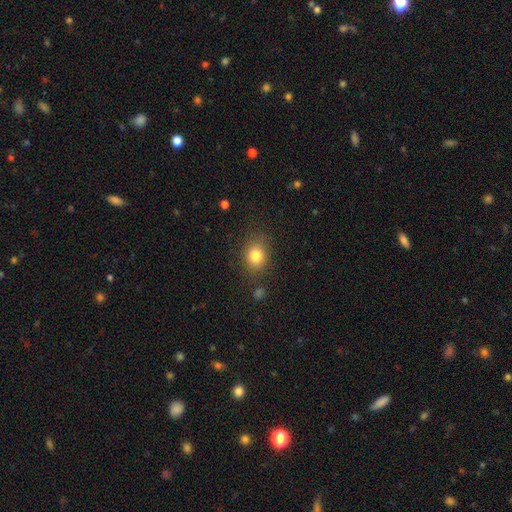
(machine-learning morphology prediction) type=smooth (81%); roundness=round (57%); merging=none (82%).